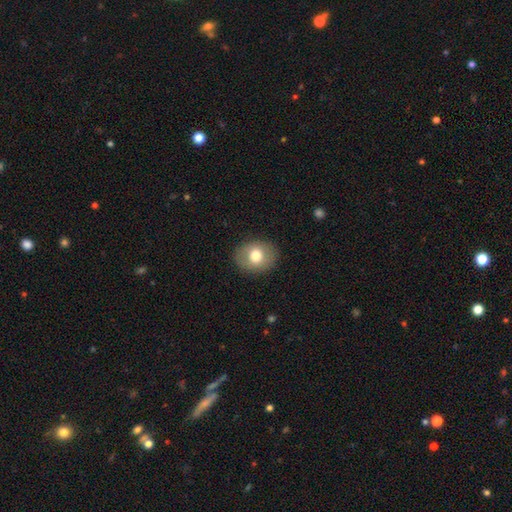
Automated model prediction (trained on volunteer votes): Smooth or featured? smooth (74%)
How rounded? round (51%)
Merging? none (88%)